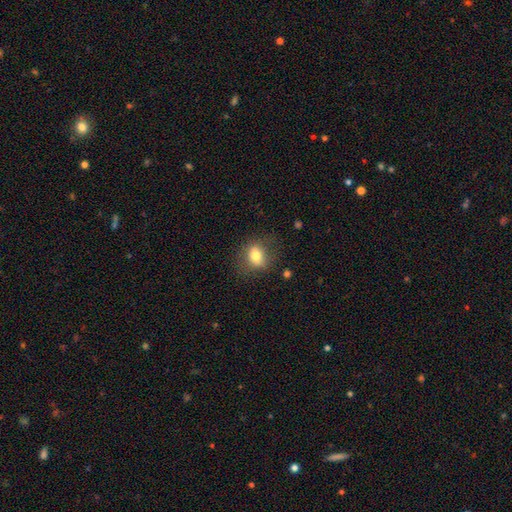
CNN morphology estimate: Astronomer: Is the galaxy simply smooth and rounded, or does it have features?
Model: smooth — 72%.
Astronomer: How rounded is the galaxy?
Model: round — 52% (runner-up: in between, 46%).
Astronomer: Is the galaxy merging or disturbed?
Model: none — 75%.